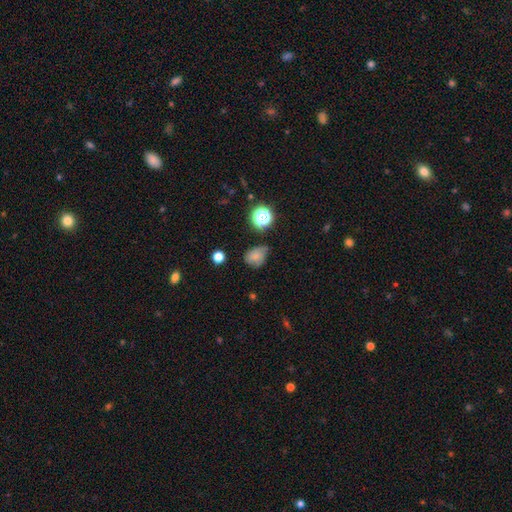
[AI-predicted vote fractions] smooth-or-featured: smooth: 68% | featured or disk: 16% | star or artifact: 16%
  how-rounded: in between: 52% | round: 47% | cigar-shaped: 1%
  merging: none: 49% | minor disturbance: 35% | major disturbance: 13% | merger: 3%